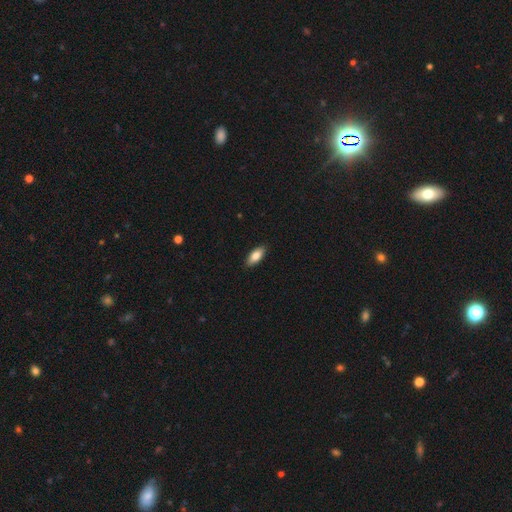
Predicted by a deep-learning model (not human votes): This is clearly a smooth galaxy (83%). How rounded: clearly in between (86%). Merging: clearly none (90%).